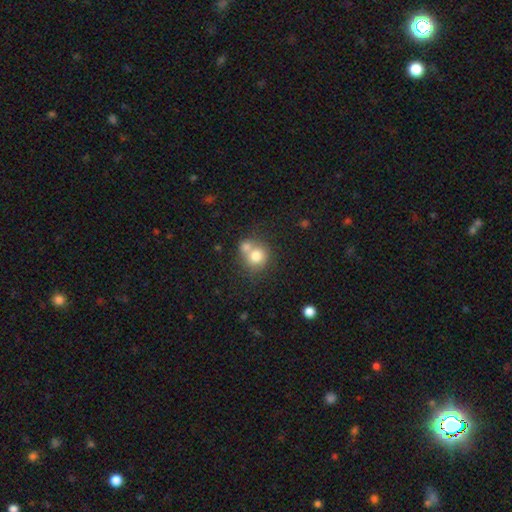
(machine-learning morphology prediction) This is likely a smooth galaxy (76%). How rounded: clearly round (84%). Merging: possibly merger (47%).